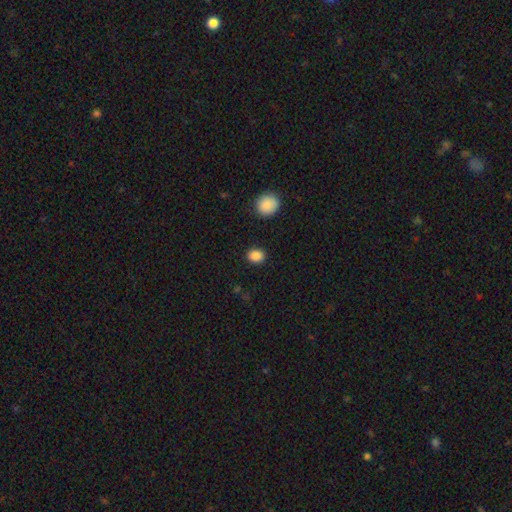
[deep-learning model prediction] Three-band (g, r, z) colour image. It shows a smooth galaxy with no disk features (87%) that is round (56%). Merging: none (89%).